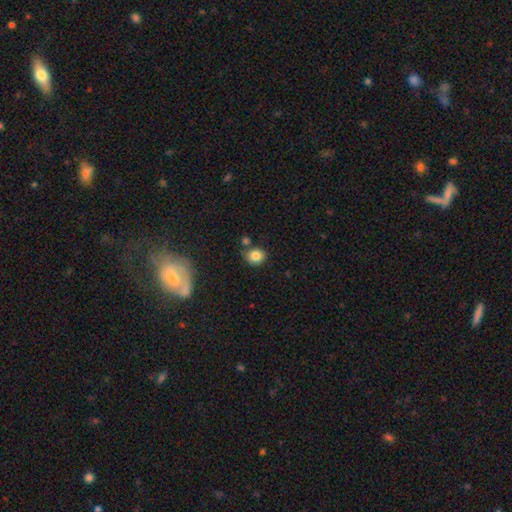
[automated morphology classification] A smooth galaxy with no disk features (83%) that is round (71%). Merging: none (70%).